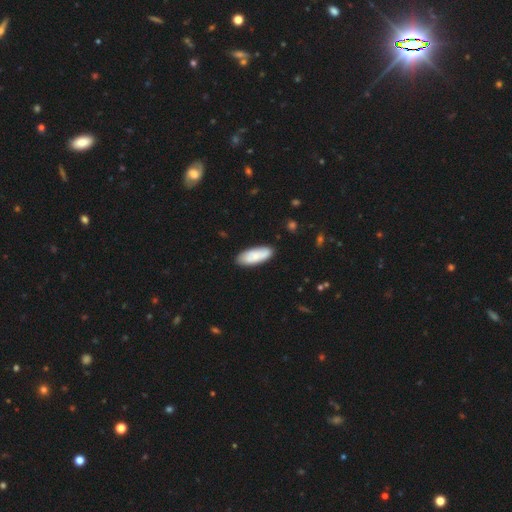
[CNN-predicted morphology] type=smooth (75%); roundness=in between (75%); merging=none (84%).